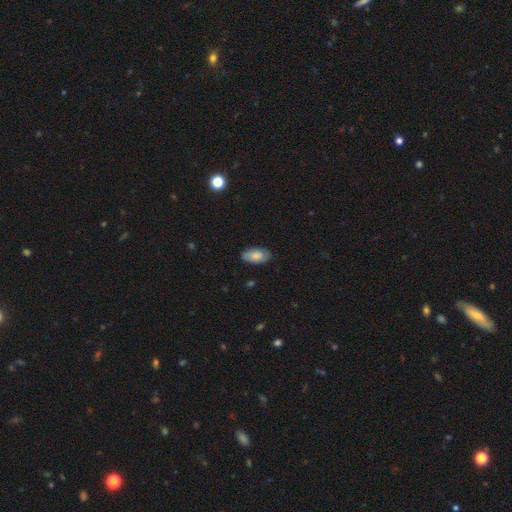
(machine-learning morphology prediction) A smooth galaxy with no disk features (74%) that is in between round and cigar-shaped (94%). Merging: none (81%).